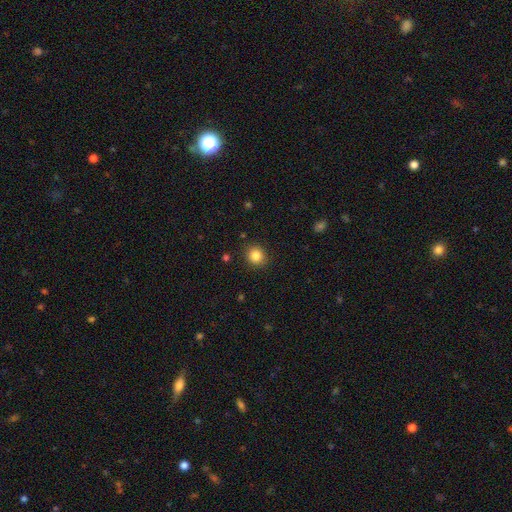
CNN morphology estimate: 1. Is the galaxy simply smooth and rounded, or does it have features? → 84% smooth, 11% star or artifact, 5% featured or disk.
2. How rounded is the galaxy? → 84% round, 15% in between, 1% cigar-shaped.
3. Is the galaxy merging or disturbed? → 90% none, 7% minor disturbance, 2% major disturbance, 1% merger.